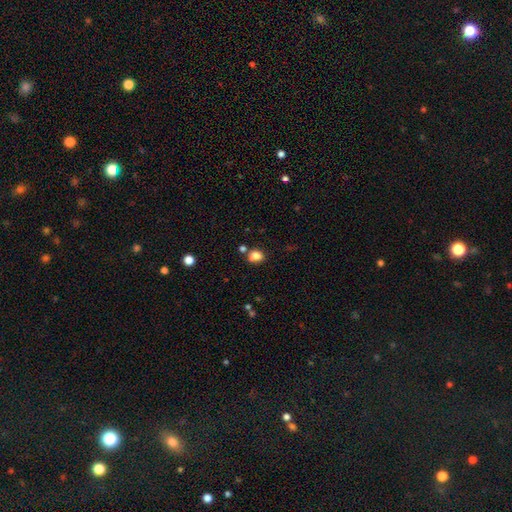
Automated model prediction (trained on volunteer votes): smooth-or-featured: smooth: 81% | star or artifact: 11% | featured or disk: 7%
  how-rounded: round: 51% | in between: 48% | cigar-shaped: 1%
  merging: none: 66% | minor disturbance: 15% | merger: 15% | major disturbance: 4%